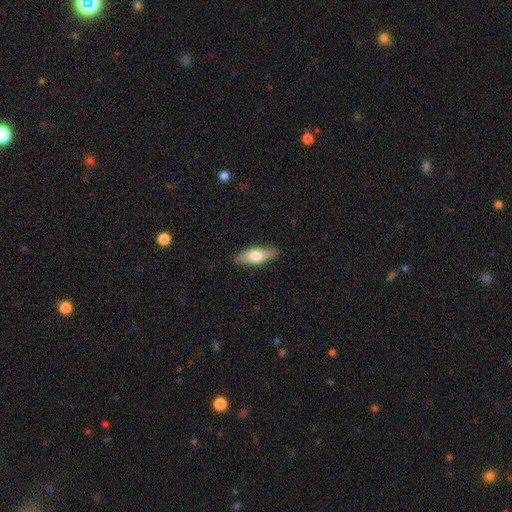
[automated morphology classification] smooth_or_featured: smooth (p=0.66) [alt: featured or disk p=0.28]
how_rounded: in between (p=0.67) [alt: cigar-shaped p=0.30]
merging: none (p=0.87) [alt: minor disturbance p=0.10]